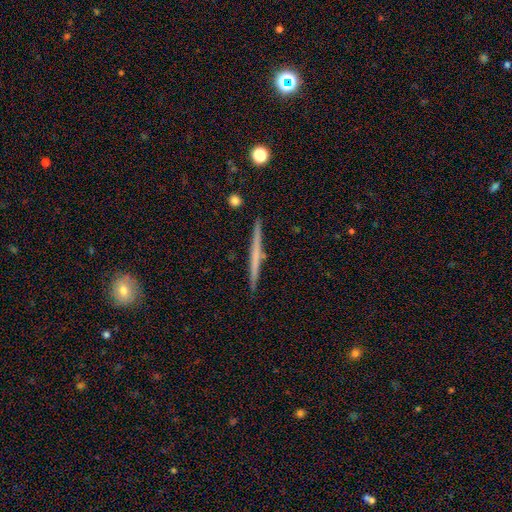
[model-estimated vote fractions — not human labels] featured or disk 55%, smooth 39%, star or artifact 6%. Down the decision tree: edge-on disk — yes (98%); edge-on bulge — none (86%); merging — none (92%).